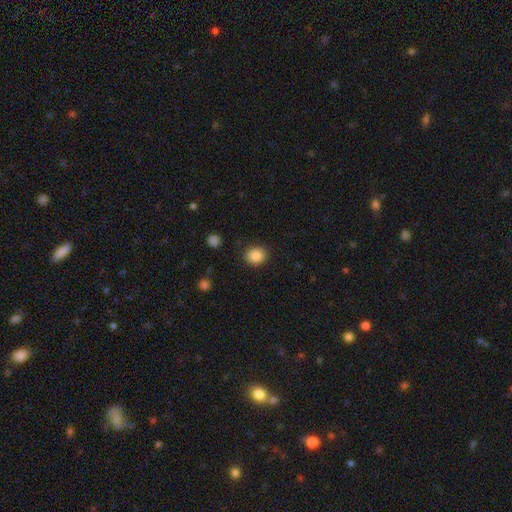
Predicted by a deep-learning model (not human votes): The model was most divided on "how rounded": round: 68%, in between: 31%, cigar-shaped: 1%. More confident: merging — none (88%); smooth or featured — smooth (86%).